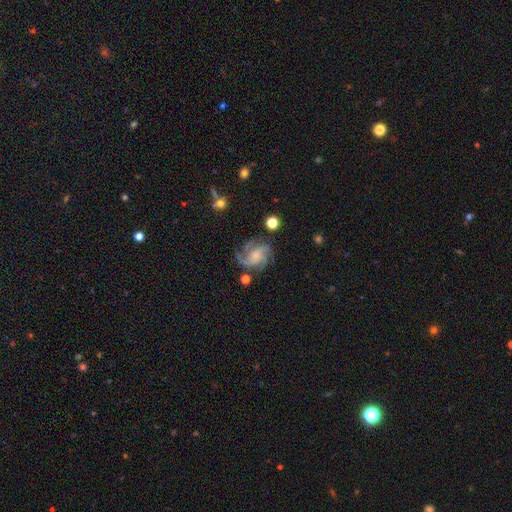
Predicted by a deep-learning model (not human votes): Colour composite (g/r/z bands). It shows a featured or disk galaxy (84%) with no bar (67%), 3 (40%) medium (47%) spiral arms (97%) and a small central bulge (60%). Merging: none (68%).